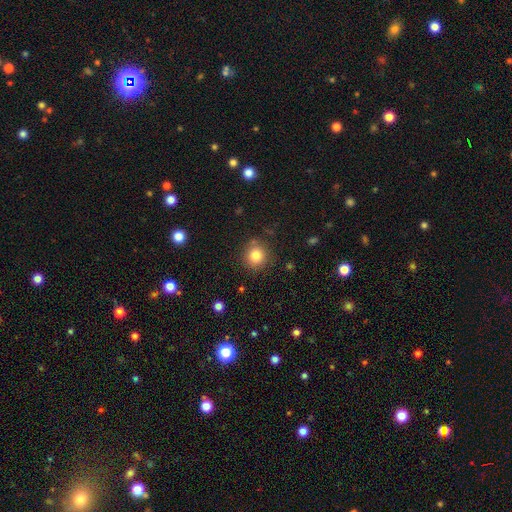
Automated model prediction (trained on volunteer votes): This appears to be a smooth galaxy with no disk features (83%) that is round (89%). Merging: none (85%).